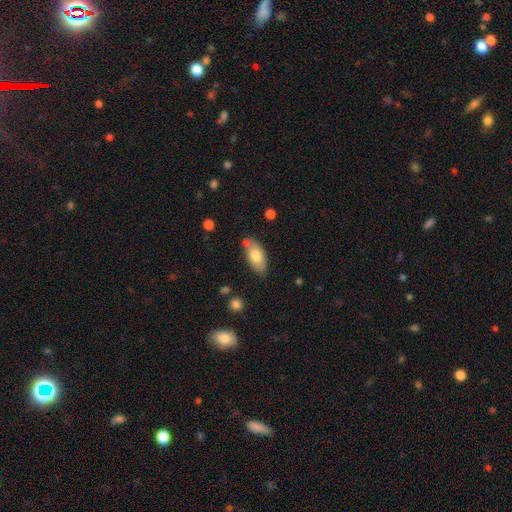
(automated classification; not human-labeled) A smooth galaxy with no disk features (76%) that is in between round and cigar-shaped (92%).

Vote fractions:
- Smooth or featured? smooth: 76% / featured or disk: 18% / star or artifact: 7%
- How rounded? in between: 92% / cigar-shaped: 5% / round: 3%
- Merging? none: 69% / minor disturbance: 18% / merger: 9% / major disturbance: 4%